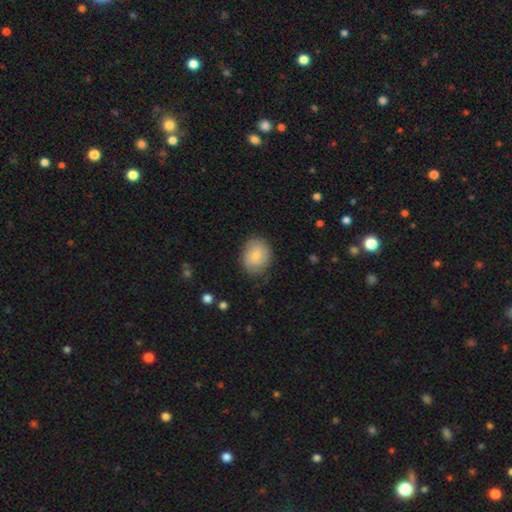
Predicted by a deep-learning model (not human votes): smooth 74%, featured or disk 19%, star or artifact 7%. Down the decision tree: how rounded — round (56%); merging — none (74%).